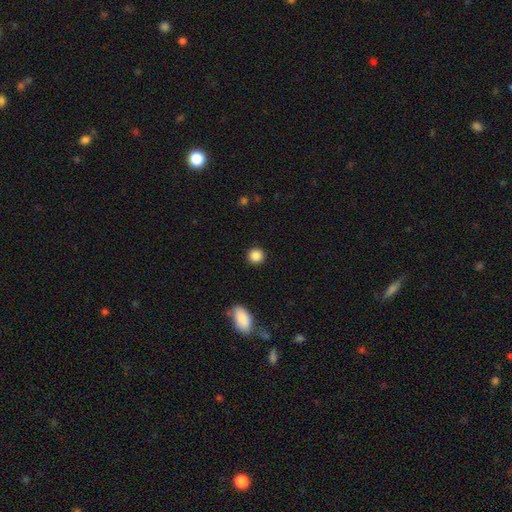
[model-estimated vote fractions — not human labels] smooth 88%, star or artifact 9%, featured or disk 3%. Down the decision tree: how rounded — round (92%); merging — none (91%).